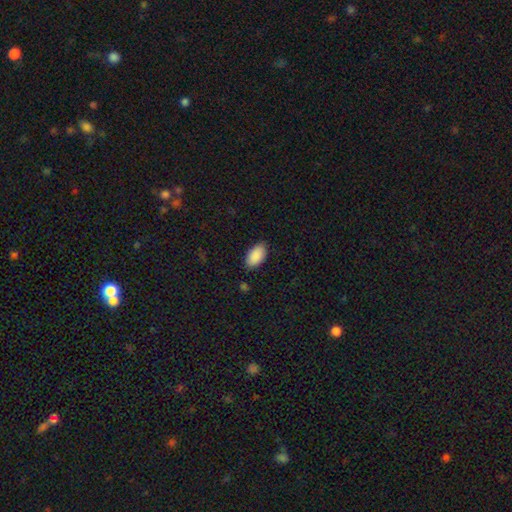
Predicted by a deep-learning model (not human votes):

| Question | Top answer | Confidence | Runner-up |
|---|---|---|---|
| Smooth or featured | smooth | 90% | star or artifact (6%) |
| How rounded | in between | 95% | round (3%) |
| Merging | none | 85% | minor disturbance (12%) |